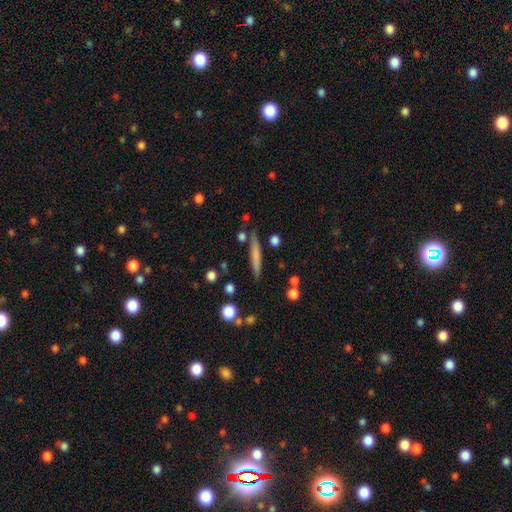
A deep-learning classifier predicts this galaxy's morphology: Smooth or featured? smooth (63%)
How rounded? cigar-shaped (93%)
Merging? none (82%)